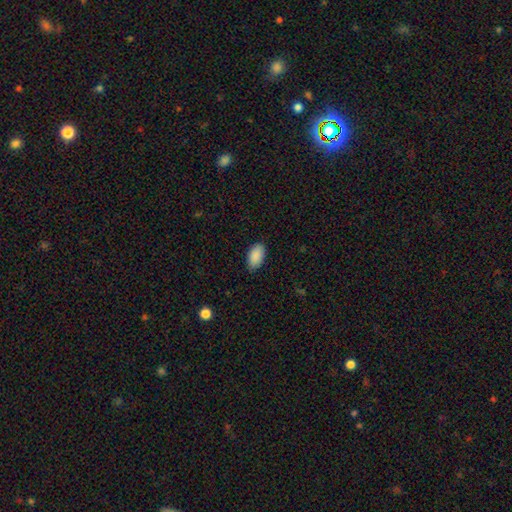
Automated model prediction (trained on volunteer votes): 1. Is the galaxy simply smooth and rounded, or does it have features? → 90% smooth, 6% star or artifact, 4% featured or disk.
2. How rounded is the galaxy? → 95% in between, 3% round, 2% cigar-shaped.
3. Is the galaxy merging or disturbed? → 84% none, 13% minor disturbance, 2% major disturbance, 1% merger.